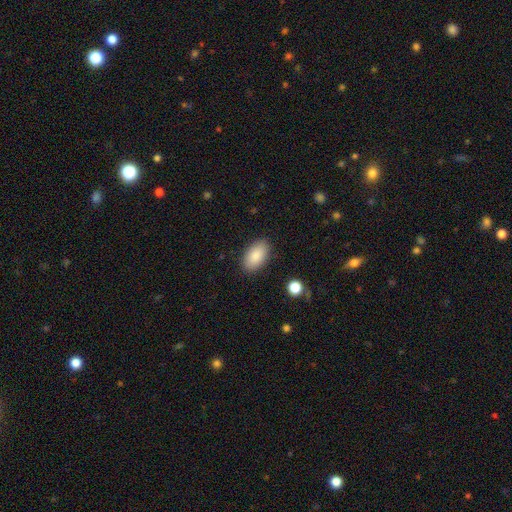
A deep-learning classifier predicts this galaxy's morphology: This is clearly a smooth galaxy (86%). How rounded: clearly in between (94%). Merging: clearly none (87%).